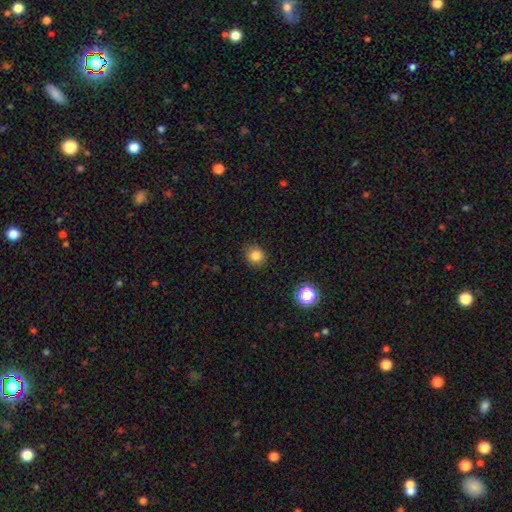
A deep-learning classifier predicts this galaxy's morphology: Smooth or featured? Predicted: smooth (p=0.82). How rounded? Predicted: round (p=0.81). Merging? Predicted: none (p=0.89).